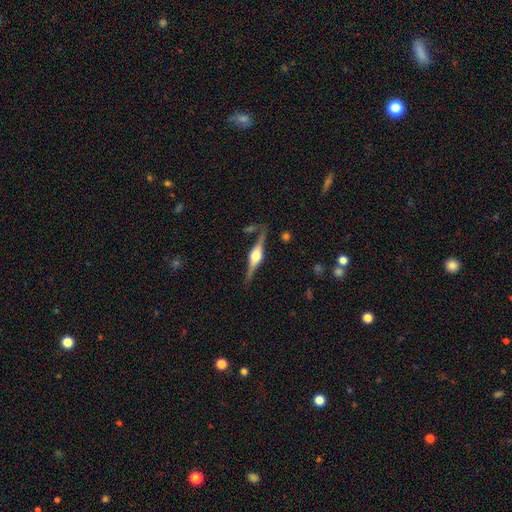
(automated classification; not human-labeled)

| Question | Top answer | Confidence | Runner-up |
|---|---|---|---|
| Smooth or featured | featured or disk | 82% | smooth (13%) |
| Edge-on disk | yes | 97% | no (3%) |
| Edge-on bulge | rounded | 92% | boxy (6%) |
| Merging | none | 82% | minor disturbance (12%) |